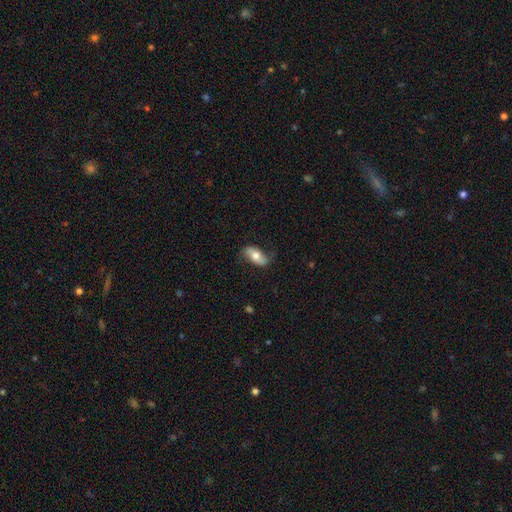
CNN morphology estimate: This appears to be a smooth galaxy with no disk features (56%) that is in between round and cigar-shaped (89%). Merging: none (72%).